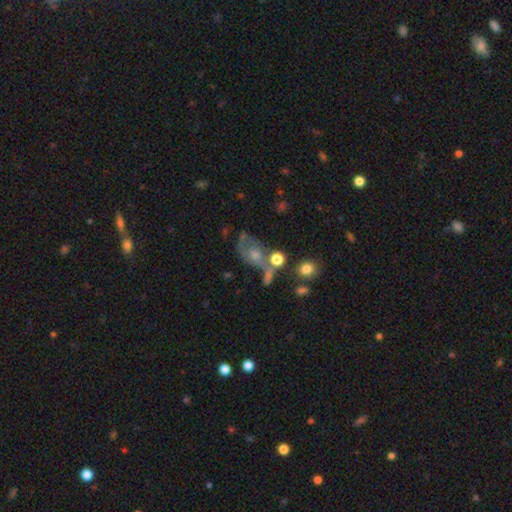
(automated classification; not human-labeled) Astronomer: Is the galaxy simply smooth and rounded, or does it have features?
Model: featured or disk — 55% (runner-up: smooth, 30%).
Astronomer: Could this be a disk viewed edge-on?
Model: no — 94%.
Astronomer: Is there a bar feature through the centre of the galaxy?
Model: no — 79%.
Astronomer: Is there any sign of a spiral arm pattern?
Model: yes — 58% (runner-up: no, 42%).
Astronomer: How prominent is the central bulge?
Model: moderate — 49% (runner-up: small, 34%).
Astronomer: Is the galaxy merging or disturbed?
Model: none — 34% (runner-up: major disturbance, 23%).